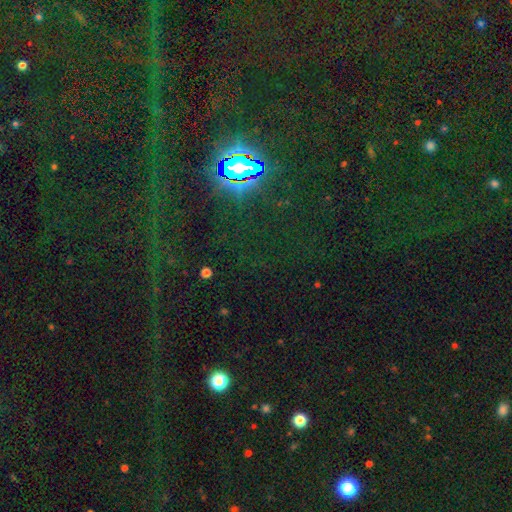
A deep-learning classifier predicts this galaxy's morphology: Smooth or featured? Predicted: star or artifact (p=0.85).